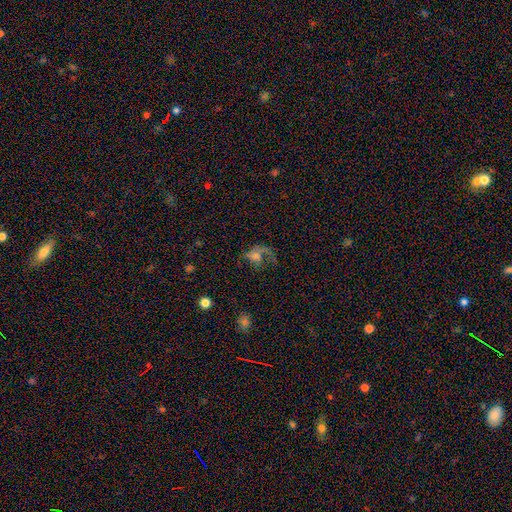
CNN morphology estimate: A featured or disk galaxy (44%).

Vote fractions:
- Smooth or featured? featured or disk: 44% / smooth: 34% / star or artifact: 21%
- Merging? major disturbance: 49% / none: 29% / minor disturbance: 15% / merger: 6%